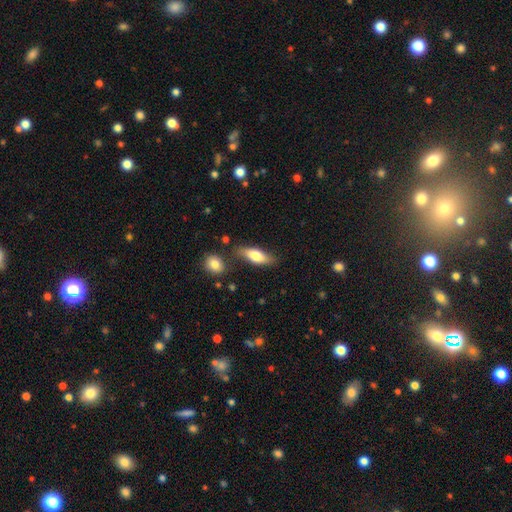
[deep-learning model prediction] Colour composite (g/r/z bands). It shows a smooth galaxy with no disk features (71%) that is in between round and cigar-shaped (68%). Merging: none (73%).